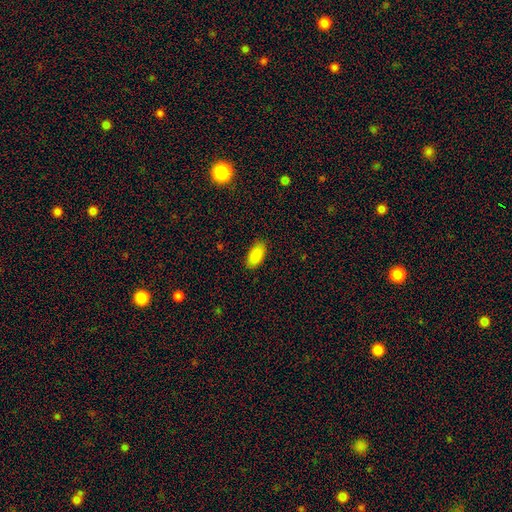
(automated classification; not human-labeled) A smooth galaxy with no disk features (89%) that is in between round and cigar-shaped (92%). Merging: none (85%).